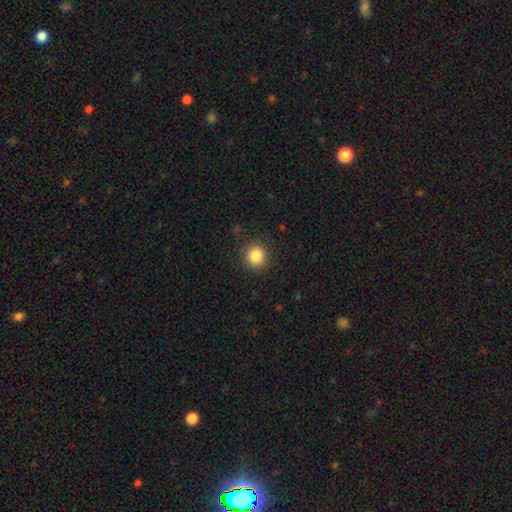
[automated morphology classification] Smooth or featured? Predicted: smooth (p=0.85). How rounded? Predicted: round (p=0.89). Merging? Predicted: none (p=0.88).